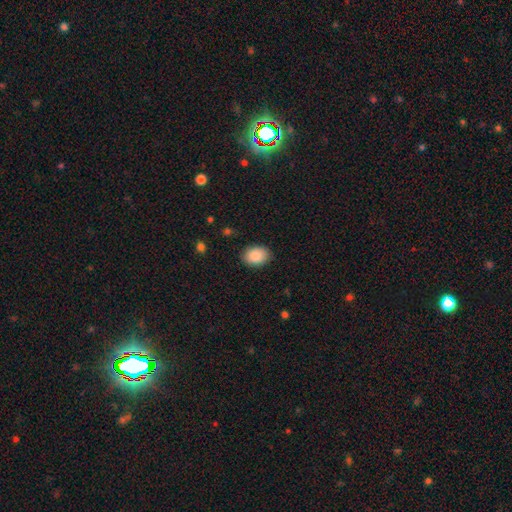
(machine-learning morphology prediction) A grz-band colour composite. It shows a smooth galaxy with no disk features (90%) that is in between round and cigar-shaped (76%). Merging: none (87%).